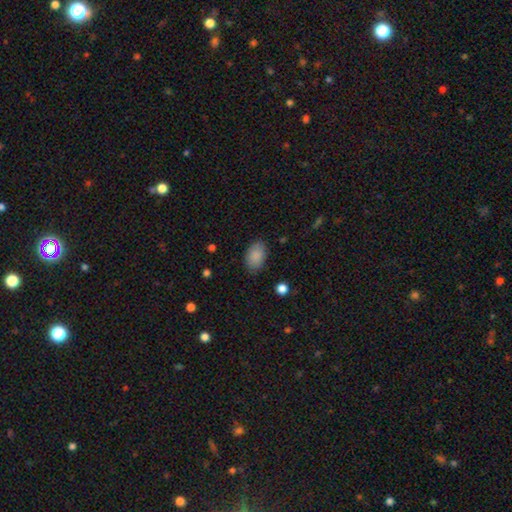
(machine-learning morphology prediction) A smooth galaxy with no disk features (88%) that is in between round and cigar-shaped (91%). Merging: none (83%).